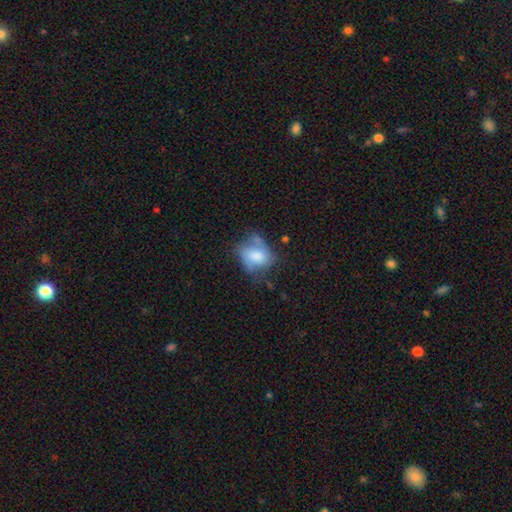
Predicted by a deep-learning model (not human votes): Smooth or featured?
  - smooth: 65% *
  - featured or disk: 27%
  - star or artifact: 8%
How rounded?
  - in between: 59% *
  - round: 40%
  - cigar-shaped: 1%
Merging?
  - none: 40% *
  - minor disturbance: 32%
  - major disturbance: 19%
  - merger: 9%